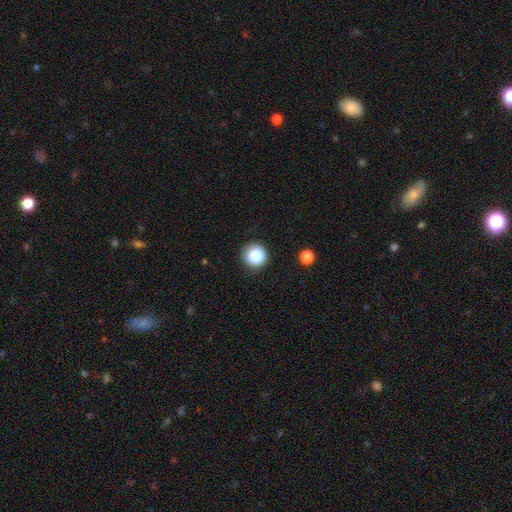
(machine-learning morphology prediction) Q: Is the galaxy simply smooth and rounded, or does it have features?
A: smooth — 86%.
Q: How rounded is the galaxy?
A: round — 95%.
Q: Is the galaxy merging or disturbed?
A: none — 87%.